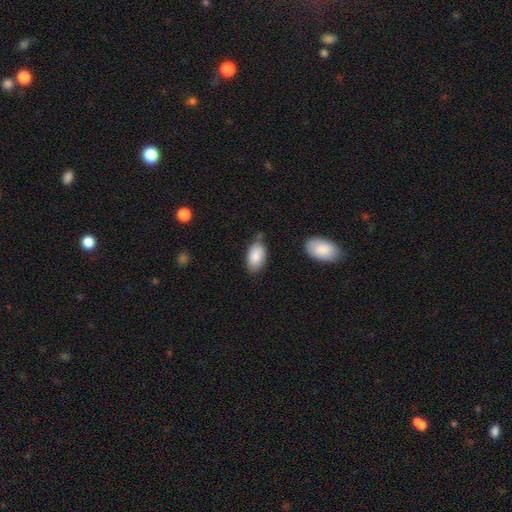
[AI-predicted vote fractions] smooth-or-featured: smooth: 86% | featured or disk: 8% | star or artifact: 6%
  how-rounded: in between: 95% | round: 3% | cigar-shaped: 2%
  merging: none: 70% | minor disturbance: 21% | merger: 5% | major disturbance: 4%